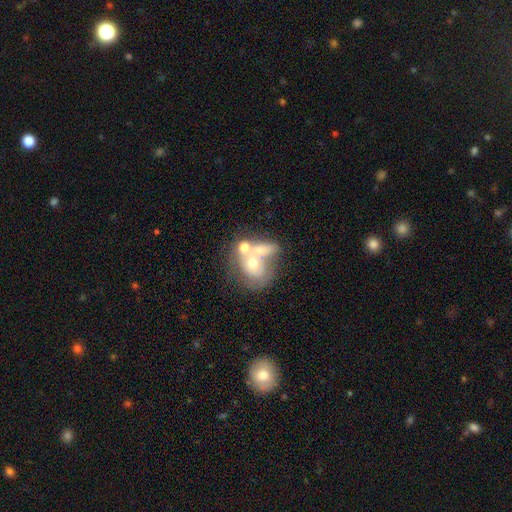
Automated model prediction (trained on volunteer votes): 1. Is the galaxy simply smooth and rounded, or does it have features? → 49% featured or disk, 38% smooth, 13% star or artifact.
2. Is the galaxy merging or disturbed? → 57% merger, 20% none, 12% major disturbance, 11% minor disturbance.